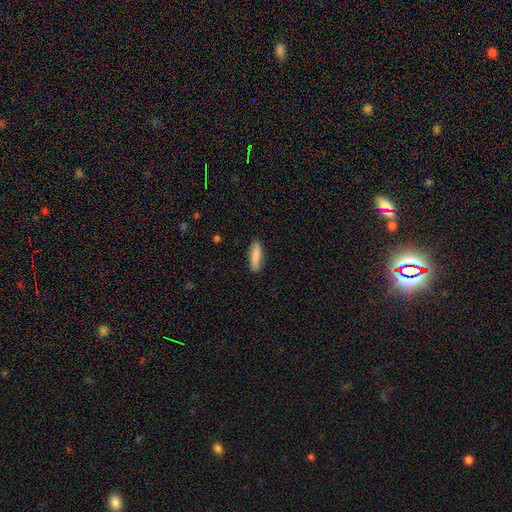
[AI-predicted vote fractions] The model was most divided on "how rounded": cigar-shaped: 61%, in between: 37%, round: 2%. More confident: merging — none (87%); smooth or featured — smooth (86%).